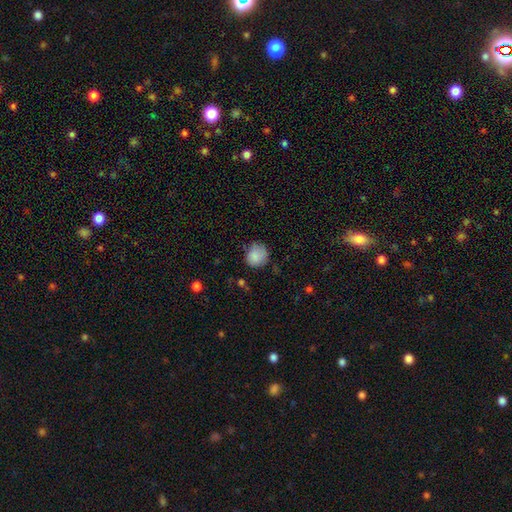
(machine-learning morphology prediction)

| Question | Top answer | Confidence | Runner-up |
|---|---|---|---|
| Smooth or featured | smooth | 86% | star or artifact (8%) |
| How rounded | round | 79% | in between (20%) |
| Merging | none | 68% | minor disturbance (25%) |